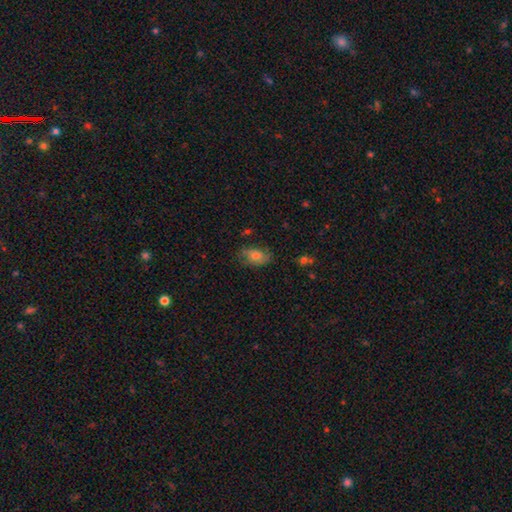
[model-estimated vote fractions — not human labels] Morphology: type=smooth (73%); roundness=in between (87%); merging=none (67%).